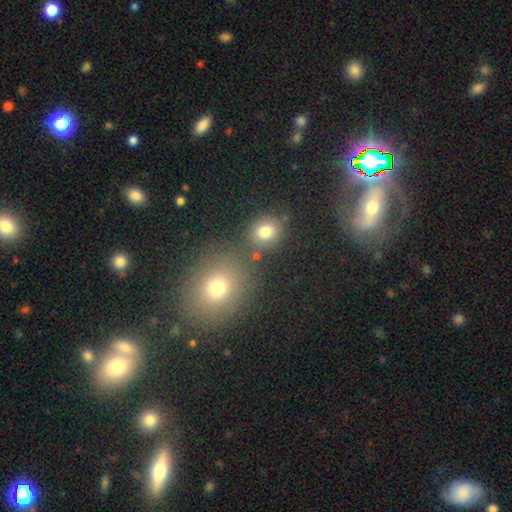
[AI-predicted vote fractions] Smooth or featured: smooth — 70% (star or artifact — 19%)
How rounded: round — 74% (in between — 25%)
Merging: none — 73% (merger — 14%)